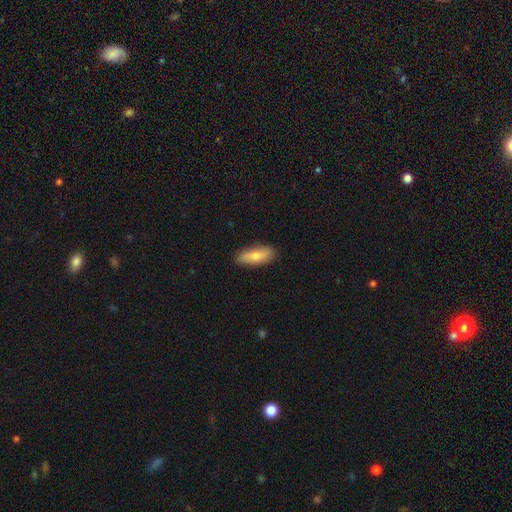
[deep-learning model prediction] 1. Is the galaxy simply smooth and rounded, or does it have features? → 71% smooth, 23% featured or disk, 6% star or artifact.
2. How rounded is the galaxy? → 60% in between, 38% cigar-shaped, 3% round.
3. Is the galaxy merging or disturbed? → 88% none, 10% minor disturbance, 2% major disturbance, 1% merger.